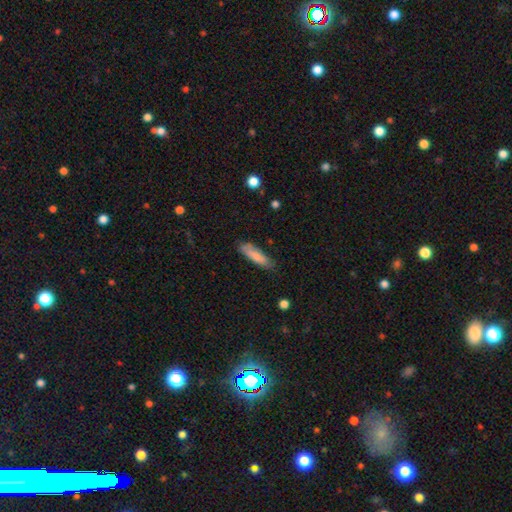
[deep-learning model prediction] Smooth or featured? smooth (83%)
How rounded? cigar-shaped (62%)
Merging? none (77%)